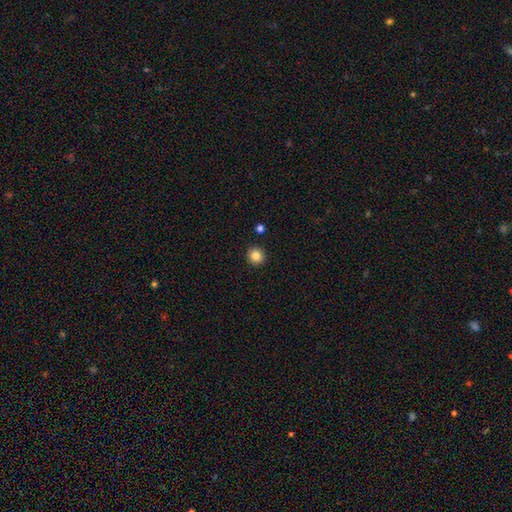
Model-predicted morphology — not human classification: Smooth or featured?
  - smooth: 85% *
  - star or artifact: 11%
  - featured or disk: 5%
How rounded?
  - round: 92% *
  - in between: 7%
  - cigar-shaped: 1%
Merging?
  - none: 92% *
  - minor disturbance: 5%
  - merger: 2%
  - major disturbance: 2%